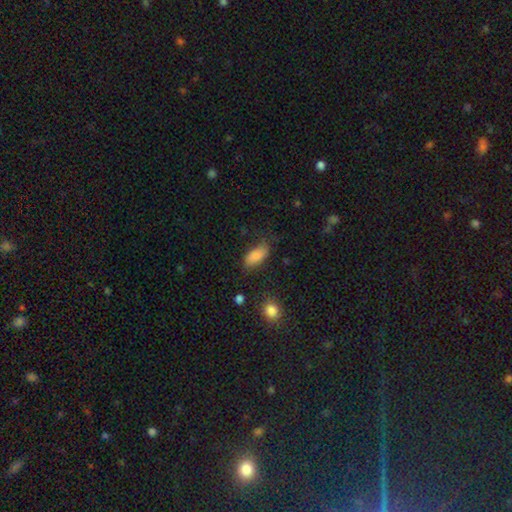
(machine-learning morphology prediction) This is clearly a smooth galaxy (86%). How rounded: clearly in between (90%). Merging: likely none (66%).